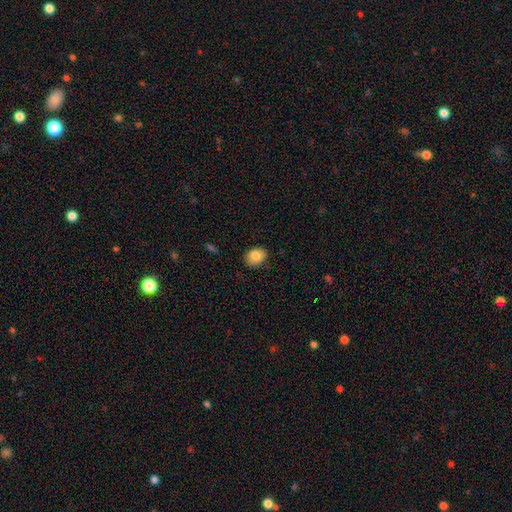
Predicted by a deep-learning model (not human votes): Smooth or featured: smooth — 83% (featured or disk — 8%)
How rounded: in between — 57% (round — 42%)
Merging: none — 85% (minor disturbance — 12%)